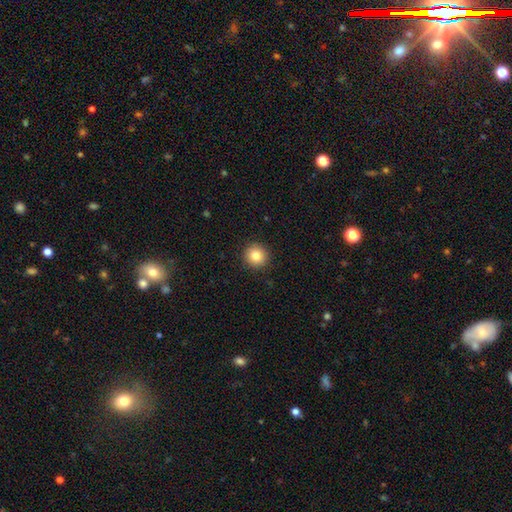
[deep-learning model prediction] smooth_or_featured: smooth (p=0.83) [alt: star or artifact p=0.10]
how_rounded: round (p=0.95) [alt: in between p=0.04]
merging: none (p=0.92) [alt: minor disturbance p=0.05]